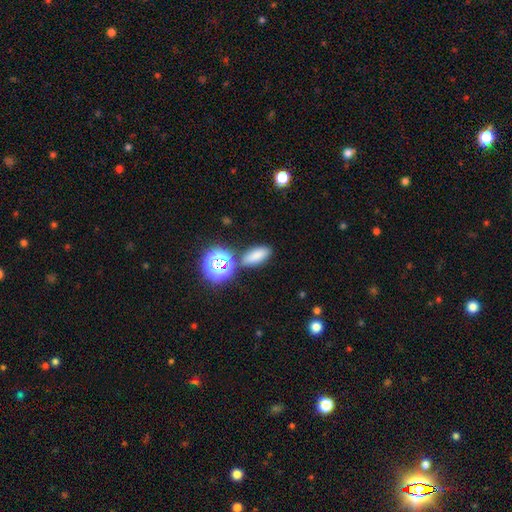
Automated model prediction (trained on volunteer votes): The model was most divided on "smooth or featured": smooth: 73%, star or artifact: 20%, featured or disk: 7%. More confident: merging — none (77%); how rounded — in between (74%).